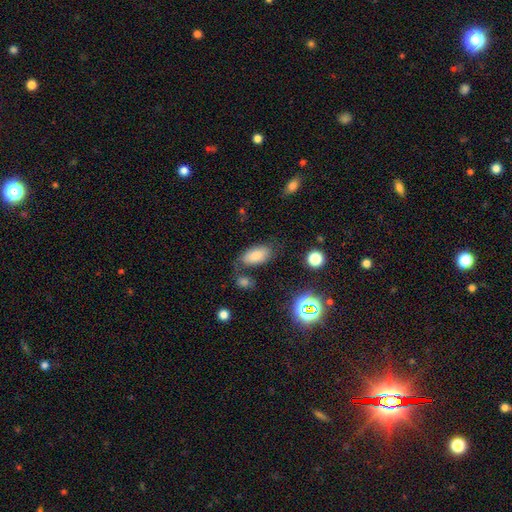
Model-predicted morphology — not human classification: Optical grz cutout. It shows a smooth galaxy with no disk features (78%) that is in between round and cigar-shaped (93%). Merging: none (65%).